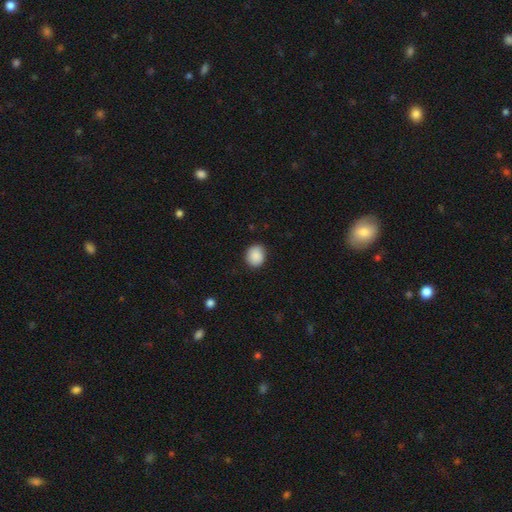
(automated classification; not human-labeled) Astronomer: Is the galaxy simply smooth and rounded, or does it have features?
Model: smooth — 89%.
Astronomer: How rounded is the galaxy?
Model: round — 73%.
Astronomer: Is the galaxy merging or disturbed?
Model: none — 87%.